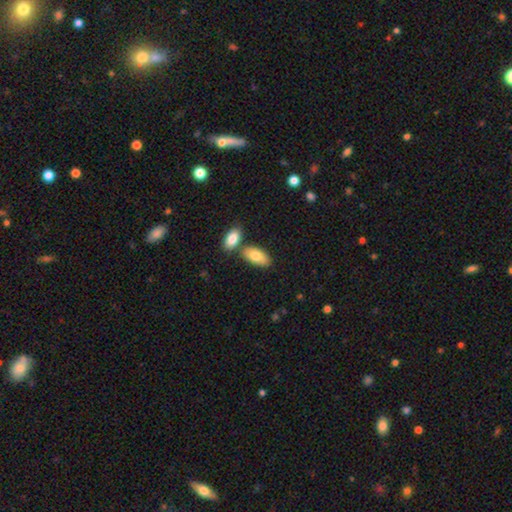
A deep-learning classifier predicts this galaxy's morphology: This is clearly a smooth galaxy (82%). How rounded: clearly in between (92%). Merging: likely none (63%).